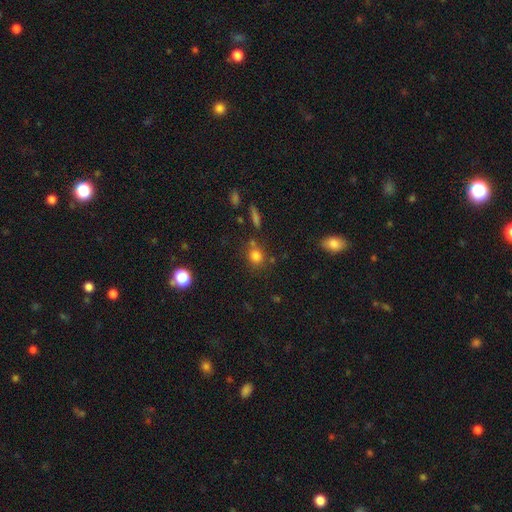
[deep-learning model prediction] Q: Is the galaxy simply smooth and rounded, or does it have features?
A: smooth — 78%.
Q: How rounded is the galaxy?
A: round — 70%.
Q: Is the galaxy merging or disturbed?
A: none — 68%.